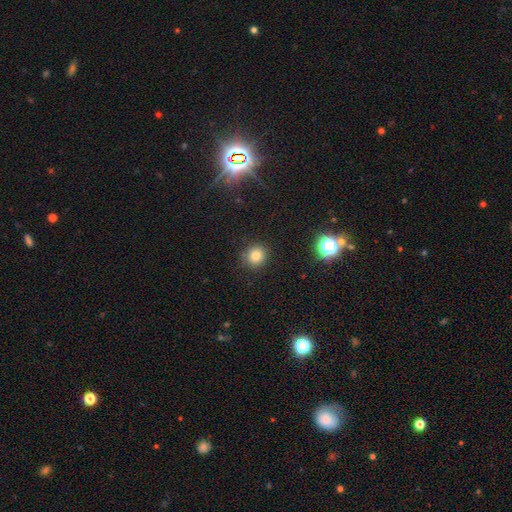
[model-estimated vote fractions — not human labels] A smooth galaxy with no disk features (79%) that is round (88%). Merging: none (87%).